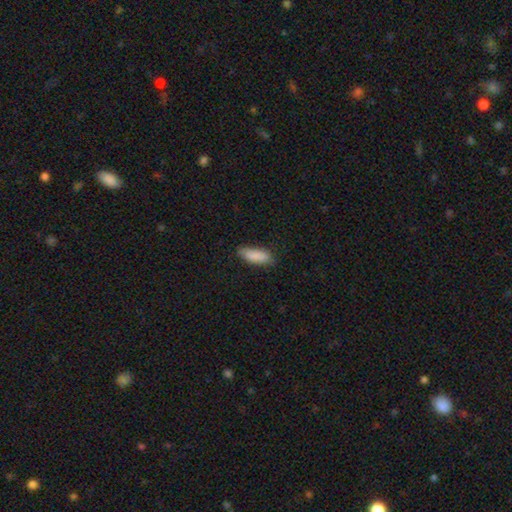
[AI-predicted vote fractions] Smooth or featured: smooth — 89% (star or artifact — 6%)
How rounded: in between — 68% (cigar-shaped — 30%)
Merging: none — 80% (minor disturbance — 16%)